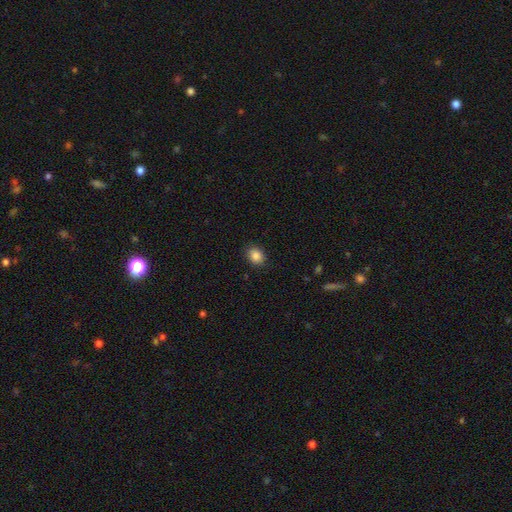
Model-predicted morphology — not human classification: Overall: smooth (87%). How rounded: in between (50%; round 49%). Merging: none (89%).